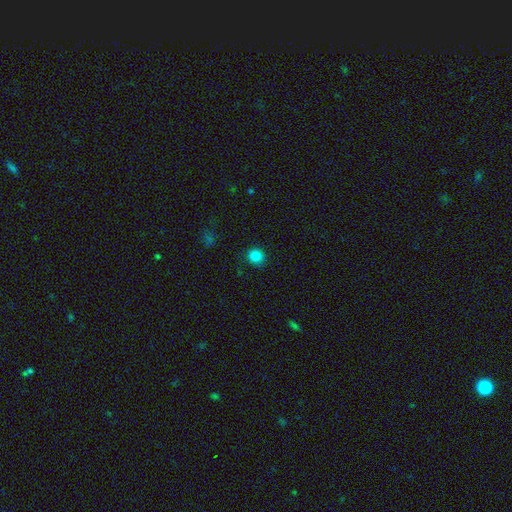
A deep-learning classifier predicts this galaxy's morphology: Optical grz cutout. It shows a smooth galaxy with no disk features (84%) that is round (88%). Merging: none (87%).